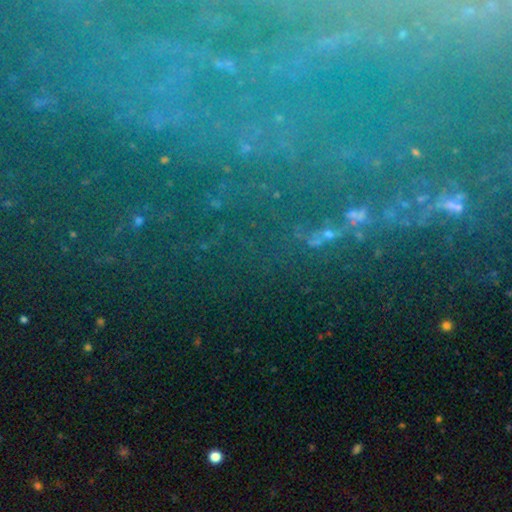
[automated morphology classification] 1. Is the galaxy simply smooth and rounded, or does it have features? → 56% star or artifact, 30% featured or disk, 15% smooth.